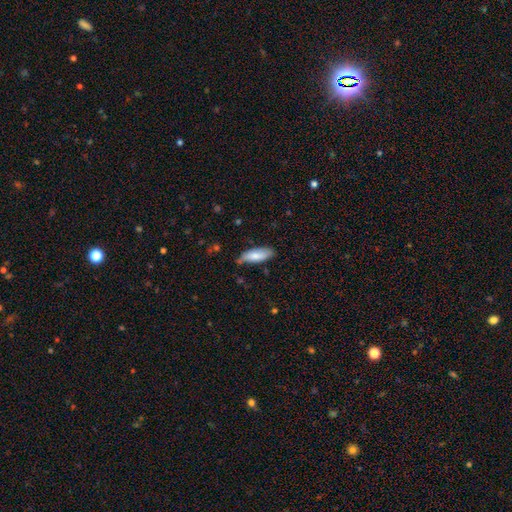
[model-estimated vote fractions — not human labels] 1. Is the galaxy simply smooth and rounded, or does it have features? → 78% smooth, 16% featured or disk, 6% star or artifact.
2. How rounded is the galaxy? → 67% in between, 32% cigar-shaped, 2% round.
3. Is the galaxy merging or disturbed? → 72% none, 23% minor disturbance, 3% major disturbance, 2% merger.